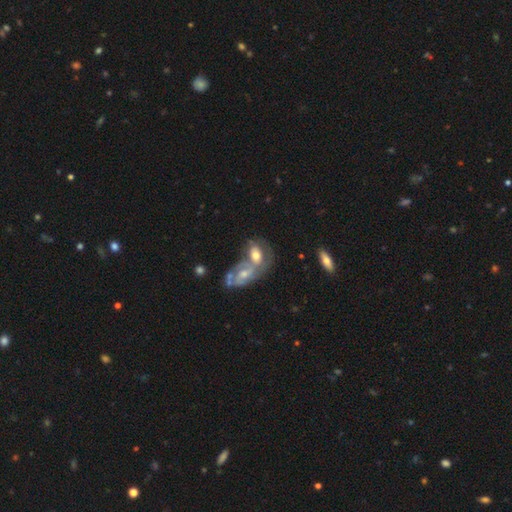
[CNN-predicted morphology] Smooth or featured? Predicted: featured or disk (p=0.51). Edge-on disk? Predicted: no (p=0.92). Merging? Predicted: merger (p=0.65).